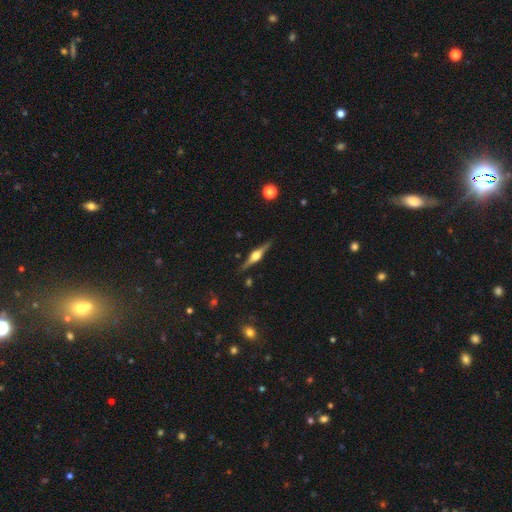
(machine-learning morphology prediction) type=featured or disk (81%); edge-on=yes (98%); edge-on bulge=rounded (91%); merging=none (89%).